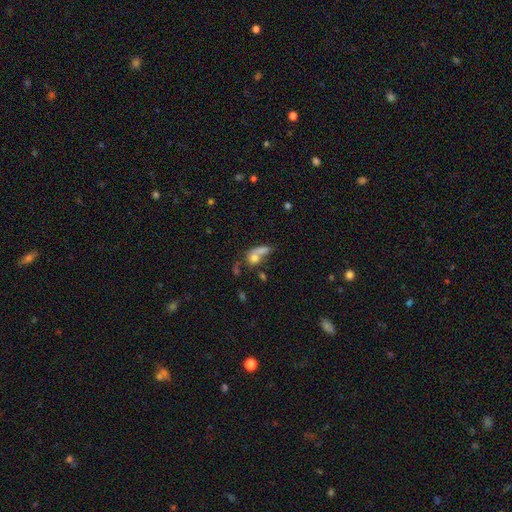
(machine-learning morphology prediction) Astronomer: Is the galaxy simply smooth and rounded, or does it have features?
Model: smooth — 69%.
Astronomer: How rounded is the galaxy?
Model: in between — 49% (runner-up: round, 40%).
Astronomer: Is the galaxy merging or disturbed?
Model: merger — 44% (runner-up: none, 29%).